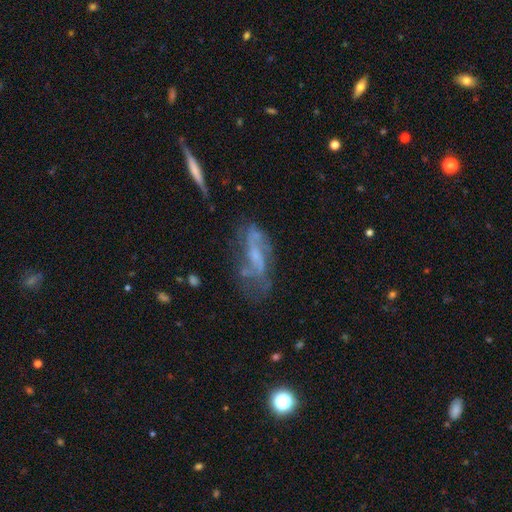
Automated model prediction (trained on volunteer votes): Overall: featured or disk (72%). Edge-on disk: no (87%). Bar: no (42%, tied with weak). Spiral arms: yes (80%). Bulge size: small (43%; none 29%). Merging: none (54%; minor disturbance 22%).